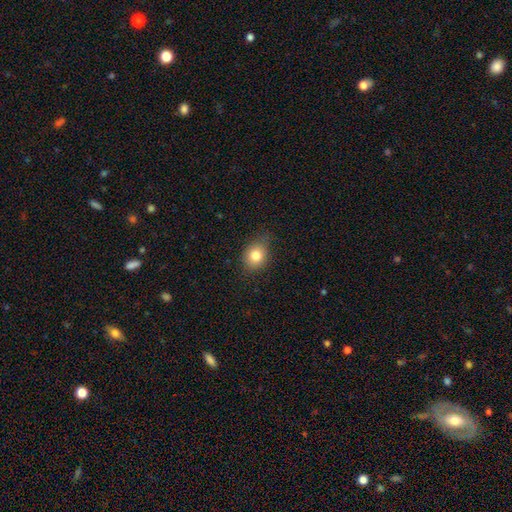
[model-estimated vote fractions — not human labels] Q: Smooth or featured?
A: smooth (80%); runner-up: star or artifact (11%)
Q: How rounded?
A: round (50%); runner-up: in between (49%)
Q: Merging?
A: none (71%); runner-up: minor disturbance (23%)